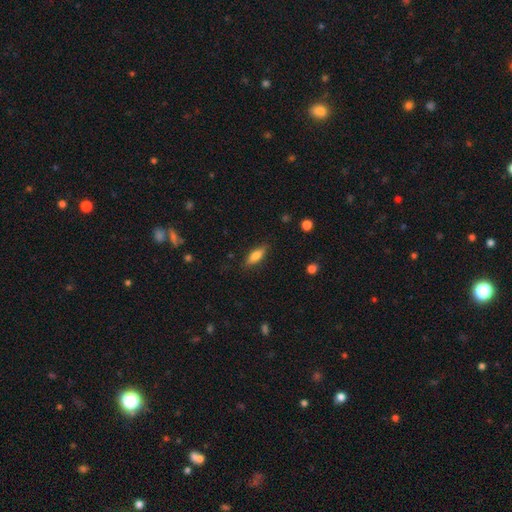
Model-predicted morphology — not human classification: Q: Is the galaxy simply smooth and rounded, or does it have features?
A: smooth — 72%.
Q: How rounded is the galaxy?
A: in between — 57%.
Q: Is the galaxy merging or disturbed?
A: none — 84%.